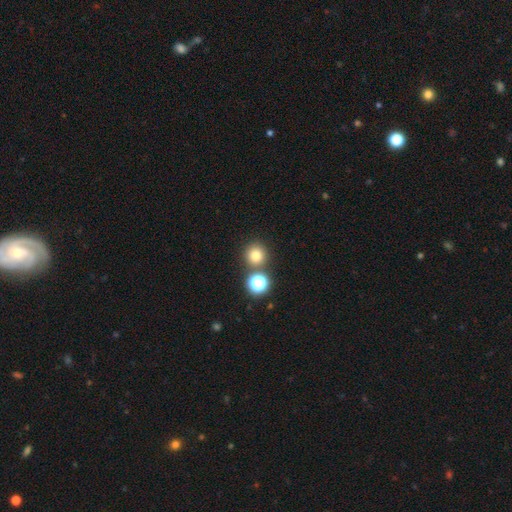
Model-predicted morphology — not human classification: Smooth or featured? smooth (76%)
How rounded? round (93%)
Merging? none (78%)